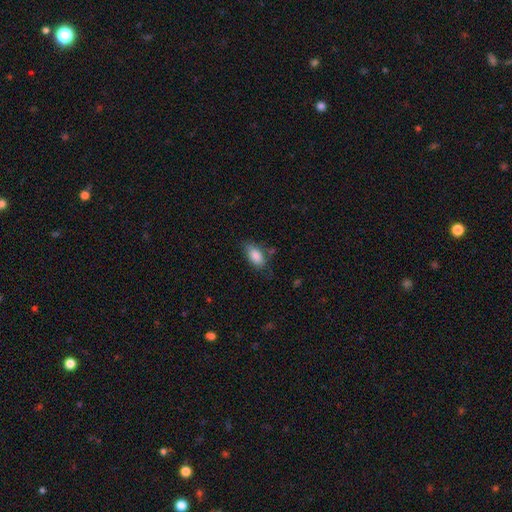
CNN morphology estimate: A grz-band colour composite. It shows a smooth galaxy with no disk features (86%) that is in between round and cigar-shaped (92%). Merging: none (69%).